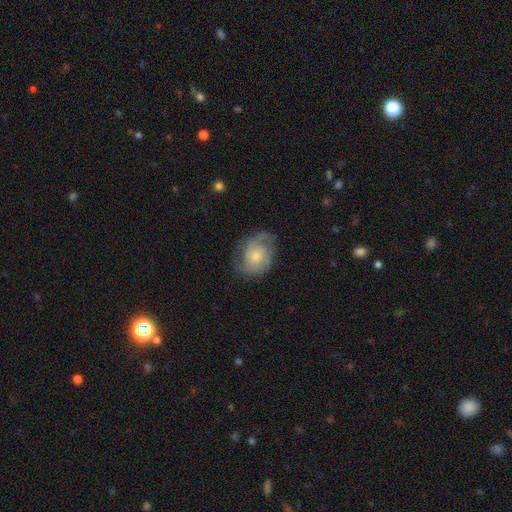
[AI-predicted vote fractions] smooth-or-featured: featured or disk: 62% | smooth: 32% | star or artifact: 7%
  disk-edge-on: no: 97% | yes: 3%
    bar: no: 79% | weak: 19% | strong: 3%
    has-spiral-arms: yes: 86% | no: 14%
      spiral-winding: tight: 45% | medium: 39% | loose: 16%
      spiral-arm-count: 2: 54% | can't tell: 24% | 3: 10% | 1: 7% | 4: 3% | more than 4: 2%
    bulge-size: small: 54% | moderate: 35% | large: 5% | none: 4% | dominant: 1%
  merging: none: 60% | minor disturbance: 25% | major disturbance: 14% | merger: 1%